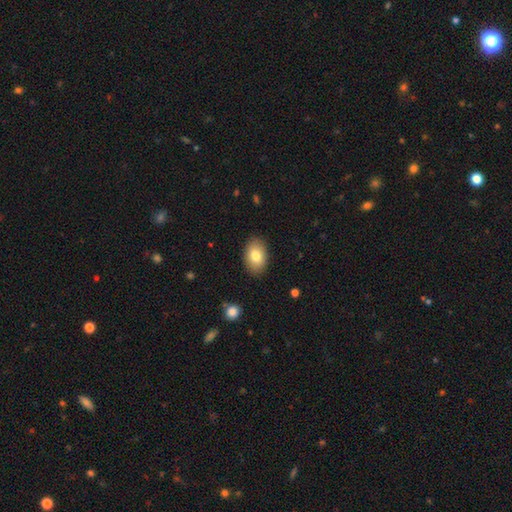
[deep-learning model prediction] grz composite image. It shows a smooth galaxy with no disk features (80%) that is in between round and cigar-shaped (87%). Merging: none (87%).